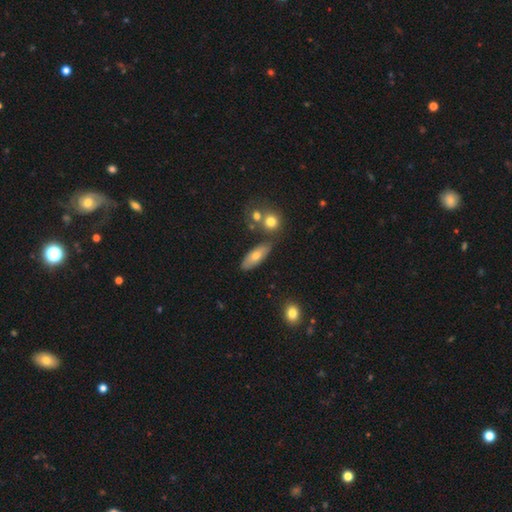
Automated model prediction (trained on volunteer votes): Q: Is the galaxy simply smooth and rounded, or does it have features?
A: smooth — 68%.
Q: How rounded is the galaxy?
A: in between — 67%.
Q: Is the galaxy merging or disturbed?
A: none — 73%.